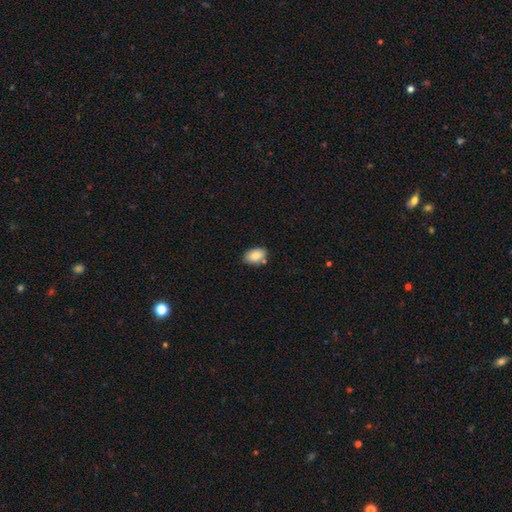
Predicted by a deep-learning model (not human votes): Smooth or featured?
  - smooth: 87% *
  - star or artifact: 7%
  - featured or disk: 6%
How rounded?
  - in between: 88% *
  - round: 11%
  - cigar-shaped: 1%
Merging?
  - none: 73% *
  - minor disturbance: 18%
  - merger: 6%
  - major disturbance: 3%